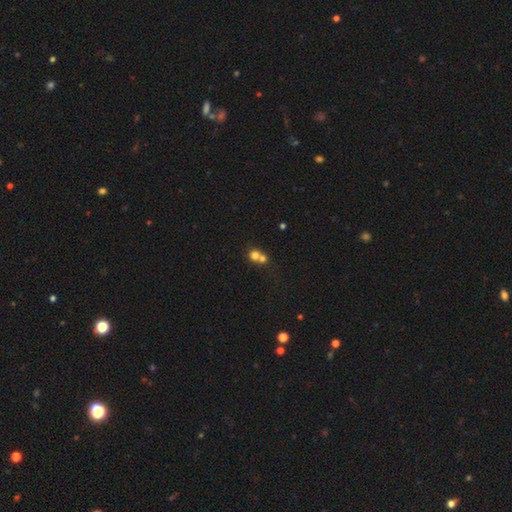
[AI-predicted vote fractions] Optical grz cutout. It shows a smooth galaxy with no disk features (73%) that is round (82%). Merging: merger (61%).